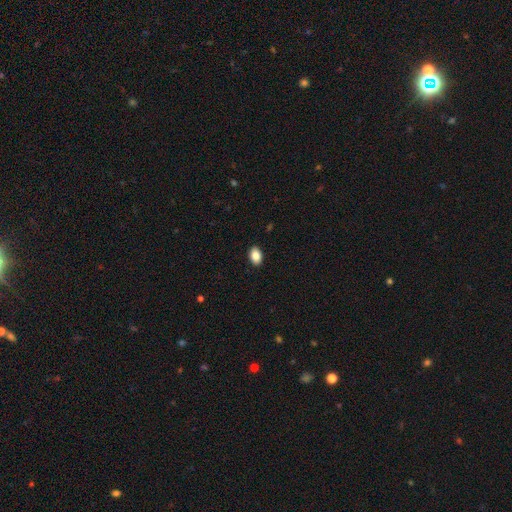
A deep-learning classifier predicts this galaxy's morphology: Smooth or featured? smooth (87%)
How rounded? in between (86%)
Merging? none (90%)